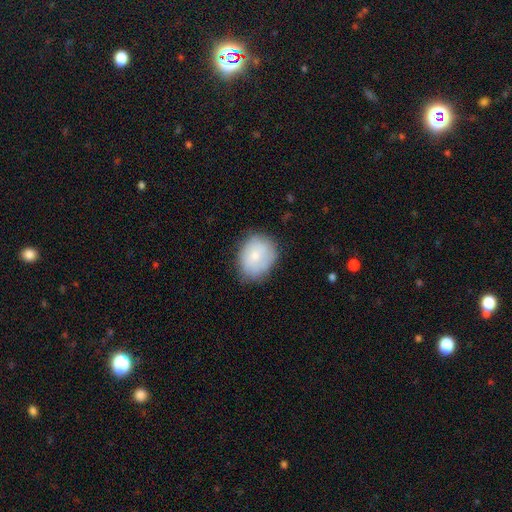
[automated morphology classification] Q: Smooth or featured?
A: smooth (73%); runner-up: featured or disk (20%)
Q: How rounded?
A: in between (51%); runner-up: round (48%)
Q: Merging?
A: none (68%); runner-up: minor disturbance (24%)